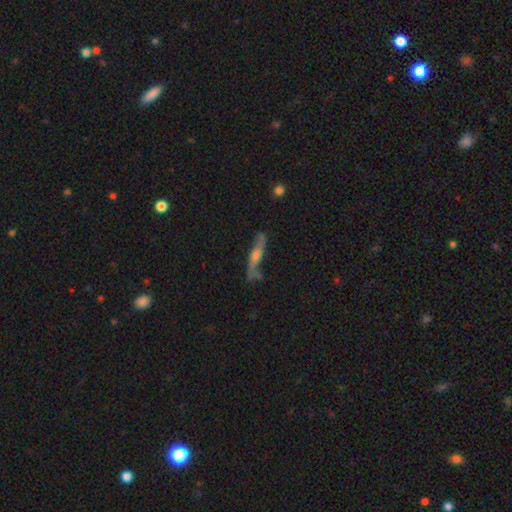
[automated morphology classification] Overall: featured or disk (68%). Edge-on disk: yes (69%; no 31%). Merging: none (68%).